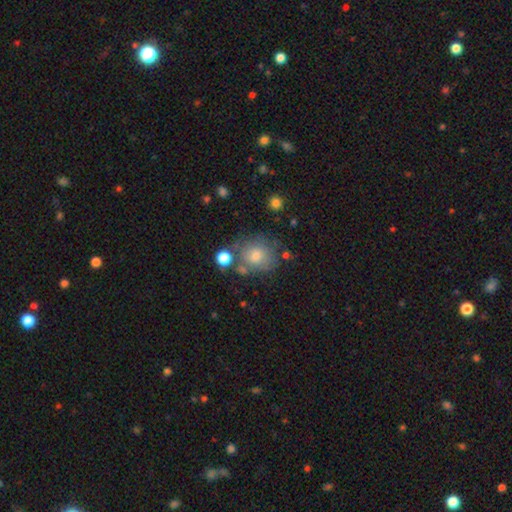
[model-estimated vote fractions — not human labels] The model was most divided on "merging": none: 63%, minor disturbance: 17%, merger: 12%, major disturbance: 8%. More confident: how rounded — round (75%); smooth or featured — smooth (70%).